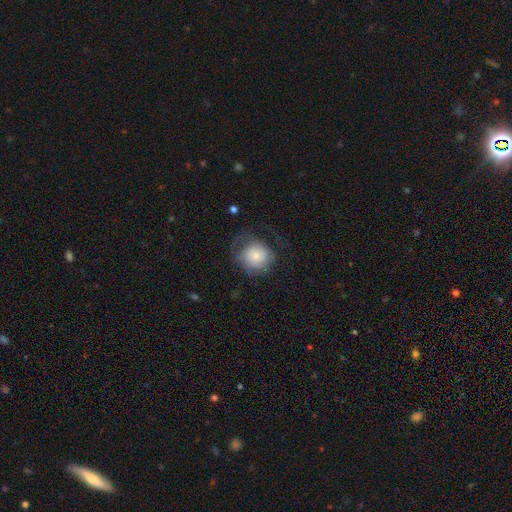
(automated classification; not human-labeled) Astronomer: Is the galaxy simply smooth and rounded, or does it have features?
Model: smooth — 65%.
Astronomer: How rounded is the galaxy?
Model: round — 84%.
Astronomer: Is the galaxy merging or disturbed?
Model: none — 49% (runner-up: major disturbance, 25%).